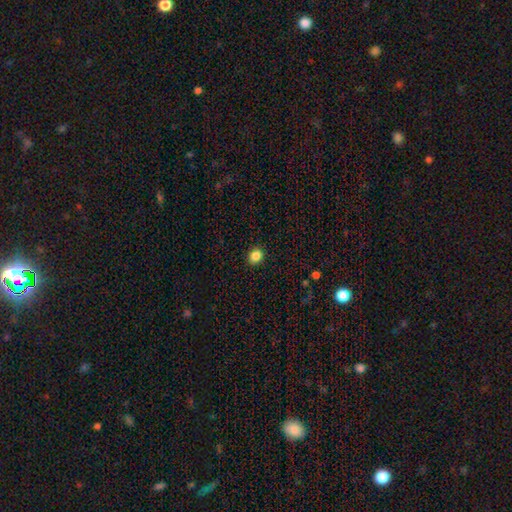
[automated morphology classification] smooth 85%, star or artifact 11%, featured or disk 4%. Down the decision tree: how rounded — round (67%); merging — none (91%).